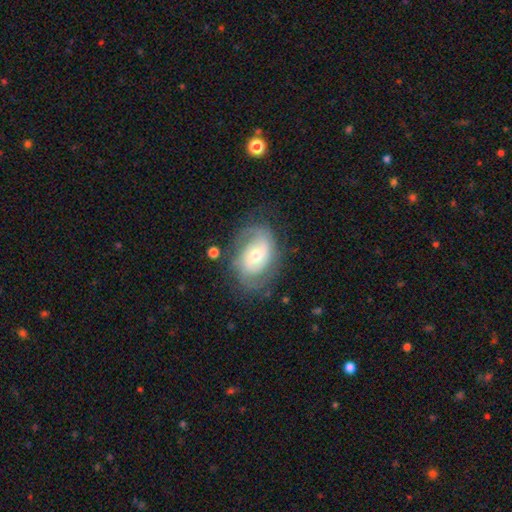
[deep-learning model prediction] Smooth or featured?
  - featured or disk: 71% *
  - smooth: 22%
  - star or artifact: 7%
Edge-on disk?
  - no: 96% *
  - yes: 4%
Bar?
  - no: 47% *
  - weak: 40%
  - strong: 12%
Spiral arms?
  - yes: 87% *
  - no: 13%
Spiral winding?
  - medium: 41% *
  - tight: 37%
  - loose: 22%
Spiral arm count?
  - 2: 63% *
  - can't tell: 21%
  - 1: 6%
  - 3: 6%
  - 4: 2%
  - more than 4: 2%
Bulge size?
  - moderate: 60% *
  - small: 32%
  - large: 6%
  - none: 1%
  - dominant: 1%
Merging?
  - none: 66% *
  - minor disturbance: 21%
  - major disturbance: 11%
  - merger: 2%